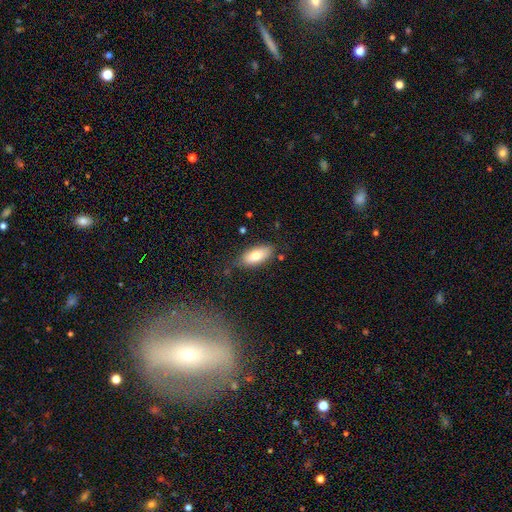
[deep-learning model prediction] This appears to be a smooth galaxy with no disk features (76%) that is in between round and cigar-shaped (88%). Merging: none (80%).